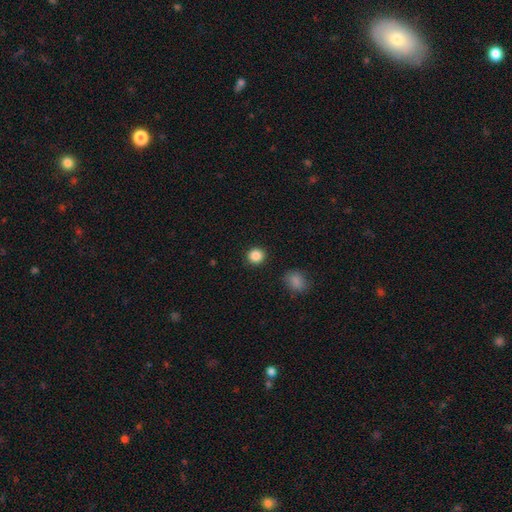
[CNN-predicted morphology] Smooth or featured?
  - smooth: 87% *
  - star or artifact: 10%
  - featured or disk: 3%
How rounded?
  - round: 90% *
  - in between: 9%
  - cigar-shaped: 1%
Merging?
  - none: 91% *
  - minor disturbance: 5%
  - major disturbance: 2%
  - merger: 2%